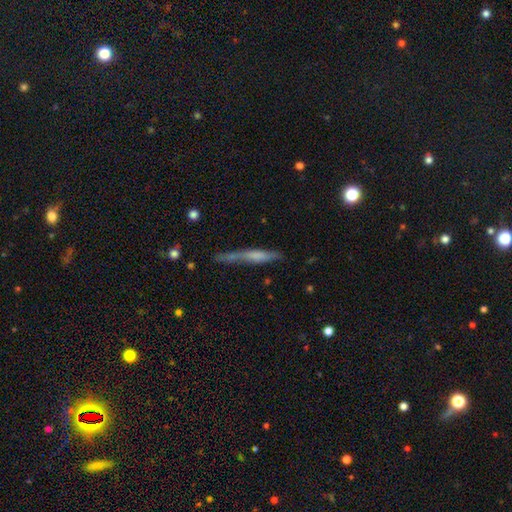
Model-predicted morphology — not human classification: Smooth or featured?
  - smooth: 51% *
  - featured or disk: 41%
  - star or artifact: 8%
How rounded?
  - cigar-shaped: 92% *
  - in between: 6%
  - round: 2%
Merging?
  - none: 58% *
  - minor disturbance: 25%
  - major disturbance: 10%
  - merger: 7%